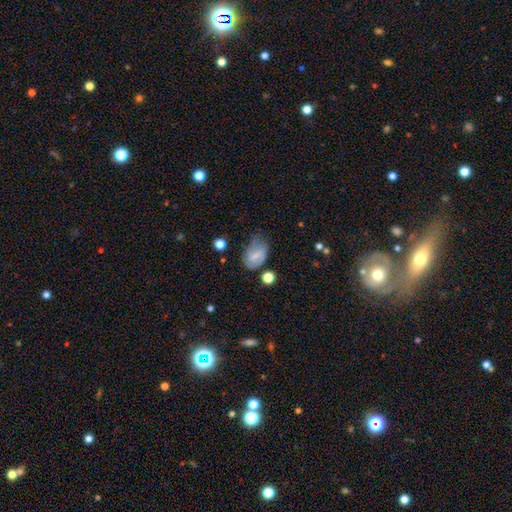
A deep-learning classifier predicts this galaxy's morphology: smooth 55%, featured or disk 36%, star or artifact 9%. Down the decision tree: how rounded — in between (81%); merging — none (48%).